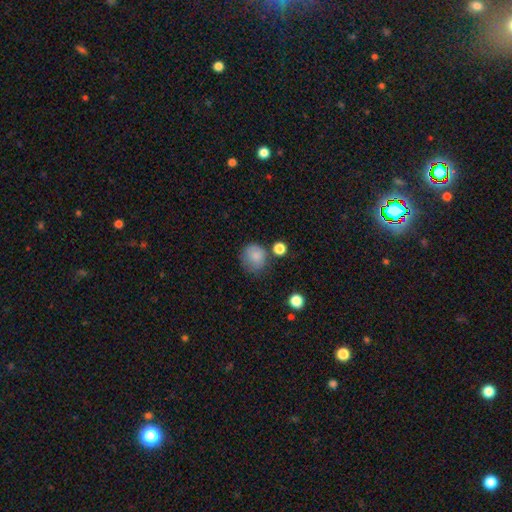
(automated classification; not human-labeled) Smooth or featured: smooth — 84% (star or artifact — 9%)
How rounded: round — 83% (in between — 16%)
Merging: none — 64% (minor disturbance — 21%)